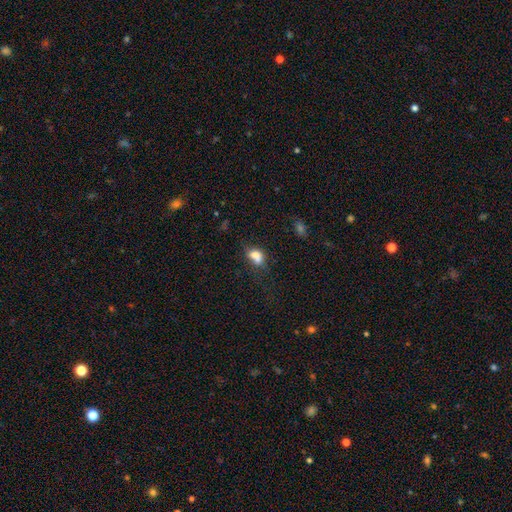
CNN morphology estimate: smooth_or_featured: smooth (p=0.73) [alt: featured or disk p=0.15]
how_rounded: in between (p=0.61) [alt: round p=0.37]
merging: merger (p=0.44) [alt: none p=0.29]